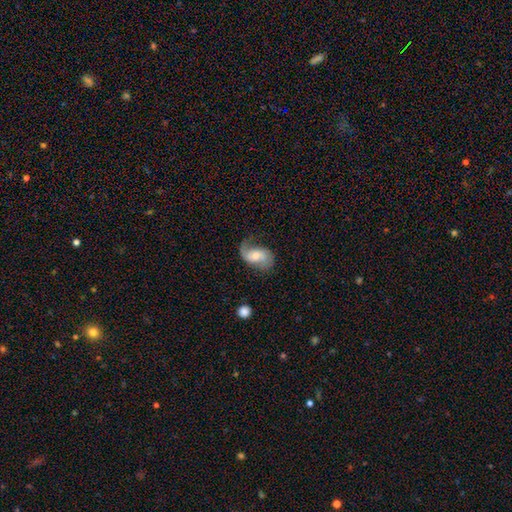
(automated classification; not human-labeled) Smooth or featured? Predicted: featured or disk (p=0.70). Edge-on disk? Predicted: no (p=0.97). Bar? Predicted: no (p=0.54). Spiral arms? Predicted: yes (p=0.91). Spiral winding? Predicted: loose (p=0.52). Spiral arm count? Predicted: 2 (p=0.72). Bulge size? Predicted: moderate (p=0.58). Merging? Predicted: none (p=0.53).